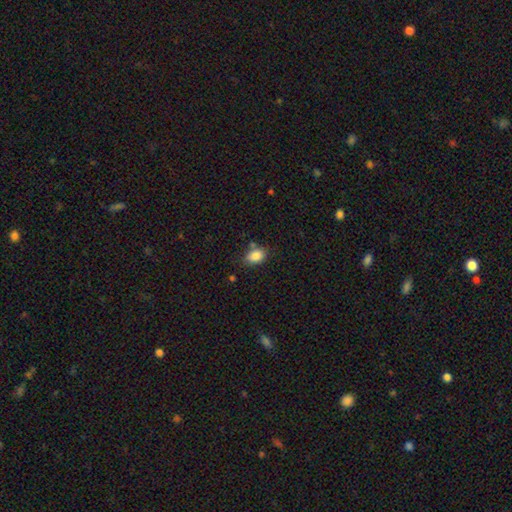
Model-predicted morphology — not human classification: Smooth or featured? Predicted: smooth (p=0.85). How rounded? Predicted: in between (p=0.82). Merging? Predicted: none (p=0.71).